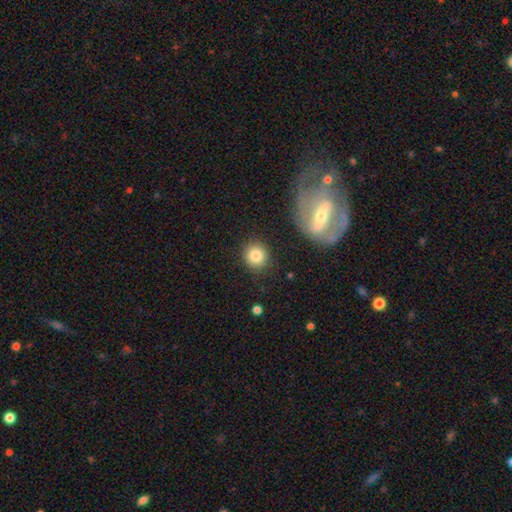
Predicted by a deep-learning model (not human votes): smooth 83%, star or artifact 10%, featured or disk 8%. Down the decision tree: how rounded — round (87%); merging — none (86%).